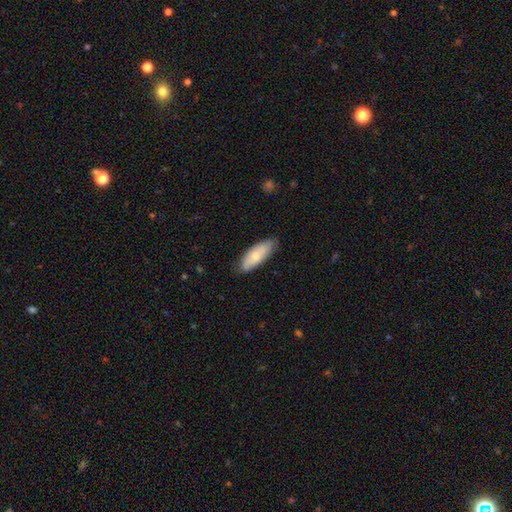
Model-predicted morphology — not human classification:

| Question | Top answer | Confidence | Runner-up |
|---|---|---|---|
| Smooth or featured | smooth | 67% | featured or disk (28%) |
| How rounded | in between | 73% | cigar-shaped (25%) |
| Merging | none | 77% | minor disturbance (19%) |